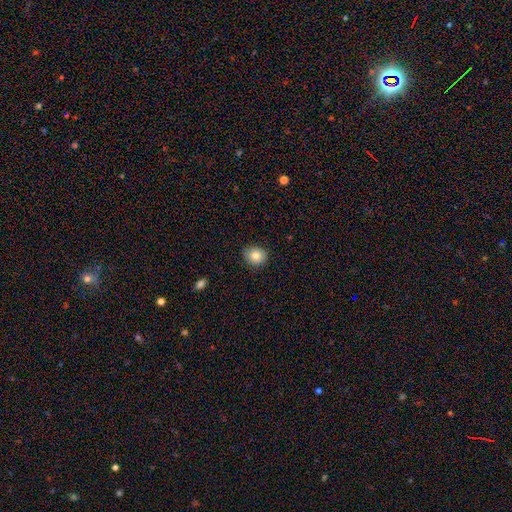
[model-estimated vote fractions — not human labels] smooth 85%, star or artifact 9%, featured or disk 6%. Down the decision tree: how rounded — round (69%); merging — none (87%).